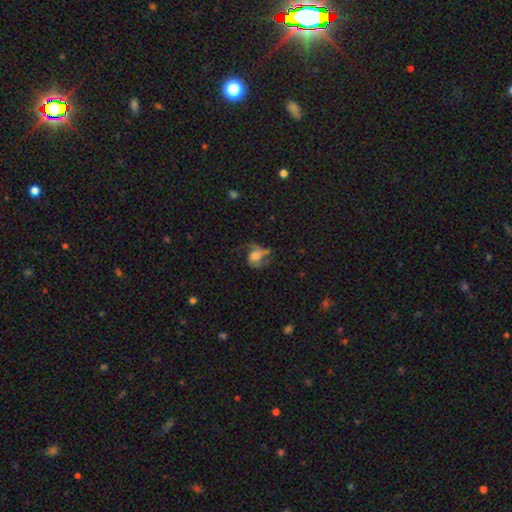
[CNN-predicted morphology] Smooth or featured? Predicted: featured or disk (p=0.45). Merging? Predicted: major disturbance (p=0.42).